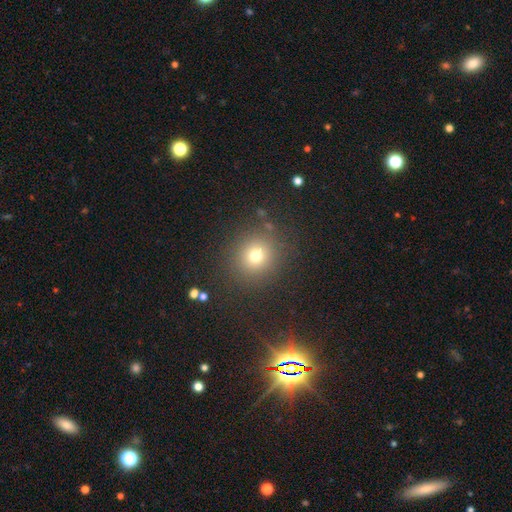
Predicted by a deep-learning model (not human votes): Smooth or featured?
  - smooth: 73% *
  - star or artifact: 18%
  - featured or disk: 9%
How rounded?
  - round: 88% *
  - in between: 11%
  - cigar-shaped: 1%
Merging?
  - none: 86% *
  - minor disturbance: 7%
  - major disturbance: 4%
  - merger: 2%